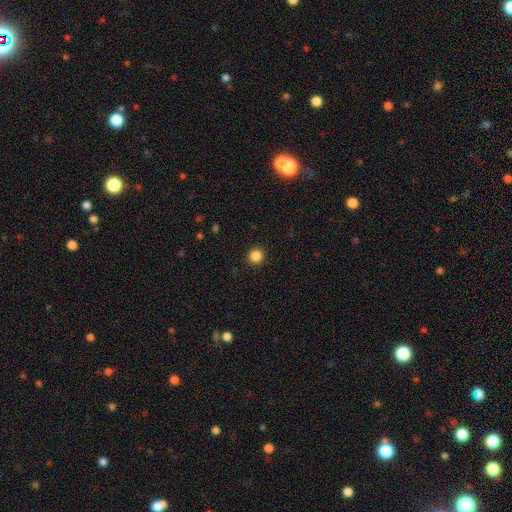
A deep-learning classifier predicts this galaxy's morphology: Smooth or featured: smooth — 85% (star or artifact — 11%)
How rounded: round — 93% (in between — 6%)
Merging: none — 92% (minor disturbance — 5%)